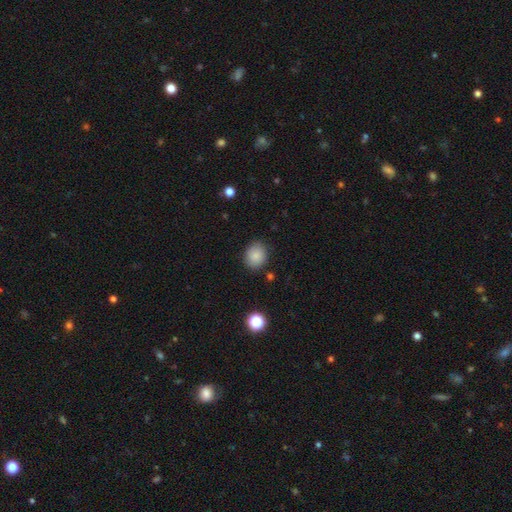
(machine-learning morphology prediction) smooth 86%, star or artifact 9%, featured or disk 5%. Down the decision tree: how rounded — round (58%); merging — none (83%).